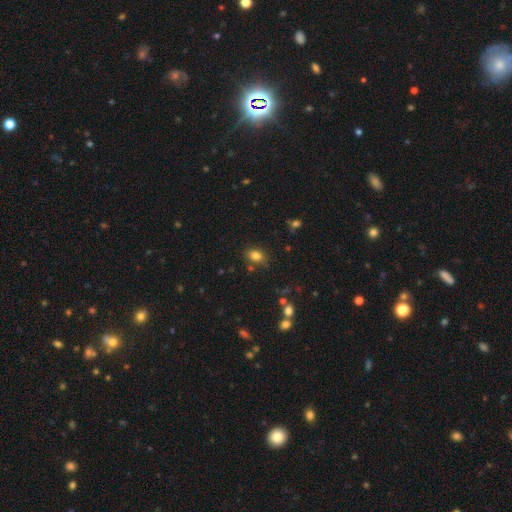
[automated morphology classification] smooth 82%, star or artifact 11%, featured or disk 6%. Down the decision tree: how rounded — in between (74%); merging — none (78%).